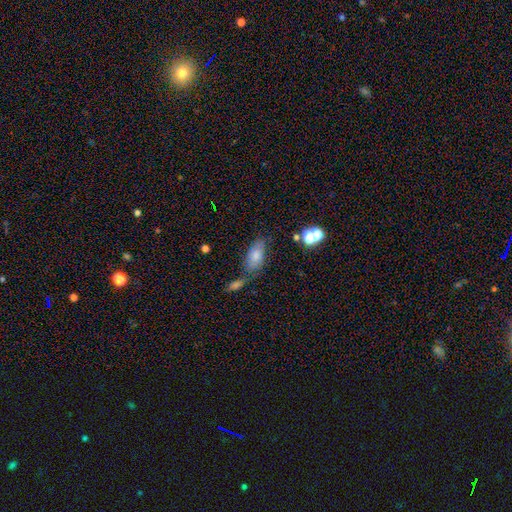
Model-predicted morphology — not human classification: Overall: smooth (74%). How rounded: in between (89%). Merging: none (56%; minor disturbance 19%).